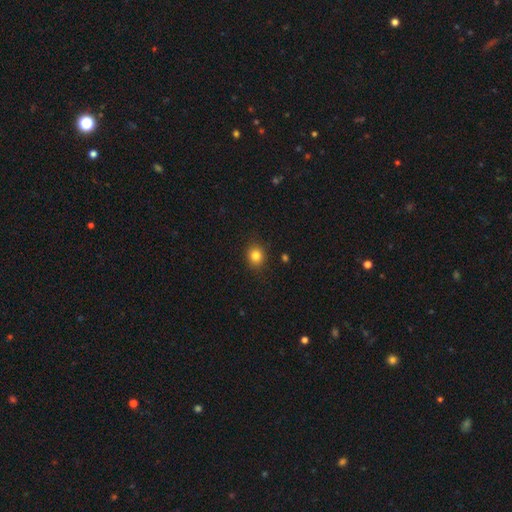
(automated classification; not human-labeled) A smooth galaxy with no disk features (83%) that is round (77%).

Vote fractions:
- Smooth or featured? smooth: 83% / star or artifact: 12% / featured or disk: 6%
- How rounded? round: 77% / in between: 22% / cigar-shaped: 1%
- Merging? none: 88% / minor disturbance: 9% / major disturbance: 2% / merger: 1%